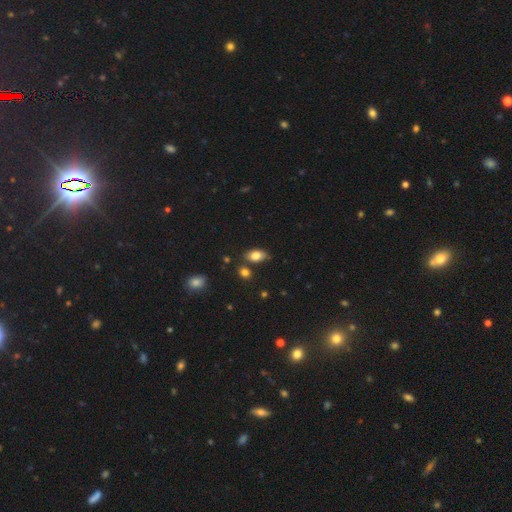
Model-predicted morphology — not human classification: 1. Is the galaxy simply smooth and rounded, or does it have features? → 83% smooth, 9% featured or disk, 8% star or artifact.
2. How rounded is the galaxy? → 91% in between, 7% round, 3% cigar-shaped.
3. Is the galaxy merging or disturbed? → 72% none, 17% minor disturbance, 7% merger, 3% major disturbance.